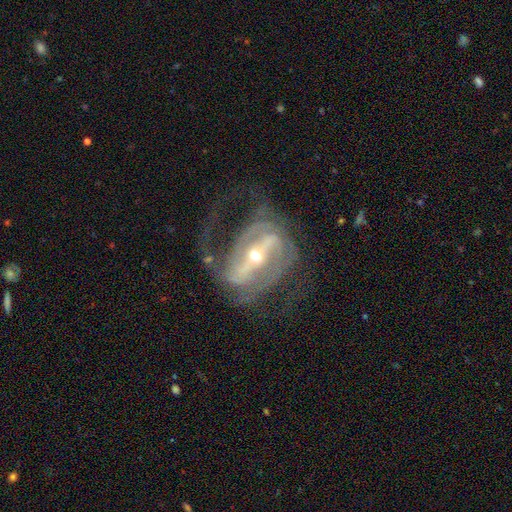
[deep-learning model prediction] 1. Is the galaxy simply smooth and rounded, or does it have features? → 89% featured or disk, 6% star or artifact, 5% smooth.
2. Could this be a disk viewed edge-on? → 95% no, 5% yes.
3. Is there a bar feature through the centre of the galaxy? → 71% strong, 22% weak, 8% no.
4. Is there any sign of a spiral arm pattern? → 93% yes, 7% no.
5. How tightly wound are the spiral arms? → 48% medium, 27% loose, 26% tight.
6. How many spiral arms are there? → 66% 2, 12% can't tell, 11% 3, 5% 1, 3% 4, 3% more than 4.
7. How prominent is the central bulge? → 49% small, 47% moderate, 2% large, 1% dominant, 1% none.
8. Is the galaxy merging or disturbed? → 48% none, 31% major disturbance, 19% minor disturbance, 2% merger.